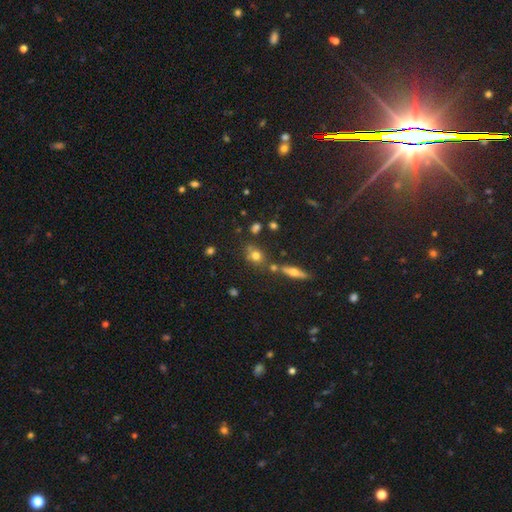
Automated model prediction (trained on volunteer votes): Smooth or featured: smooth — 66% (featured or disk — 17%)
How rounded: round — 63% (in between — 33%)
Merging: none — 59% (merger — 22%)